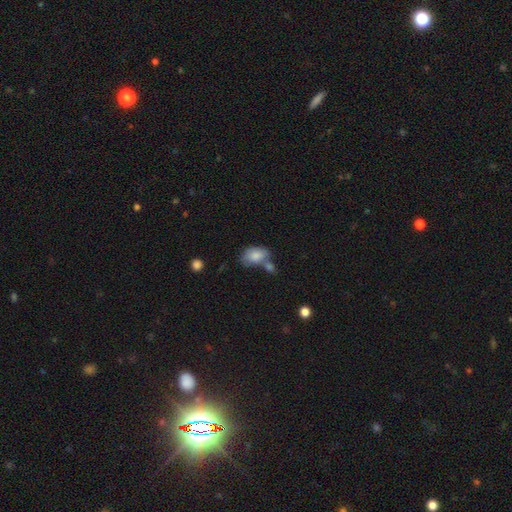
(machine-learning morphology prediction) A smooth galaxy with no disk features (82%) that is in between round and cigar-shaped (88%).

Vote fractions:
- Smooth or featured? smooth: 82% / featured or disk: 11% / star or artifact: 7%
- How rounded? in between: 88% / round: 11% / cigar-shaped: 1%
- Merging? none: 41% / merger: 31% / minor disturbance: 20% / major disturbance: 8%